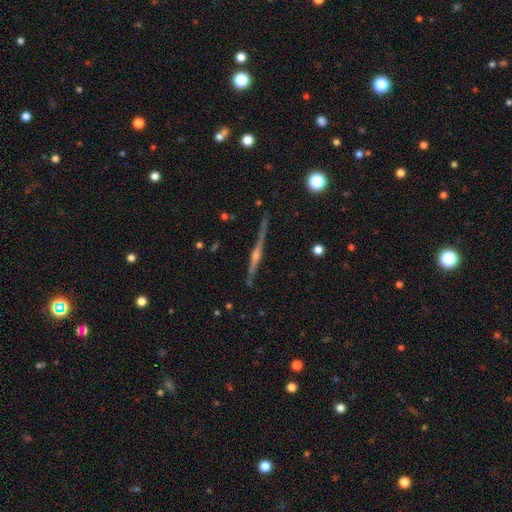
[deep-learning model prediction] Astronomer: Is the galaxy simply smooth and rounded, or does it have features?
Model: featured or disk — 84%.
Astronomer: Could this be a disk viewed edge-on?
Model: yes — 98%.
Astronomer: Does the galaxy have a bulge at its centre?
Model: rounded — 86%.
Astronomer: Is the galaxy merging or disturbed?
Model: none — 89%.